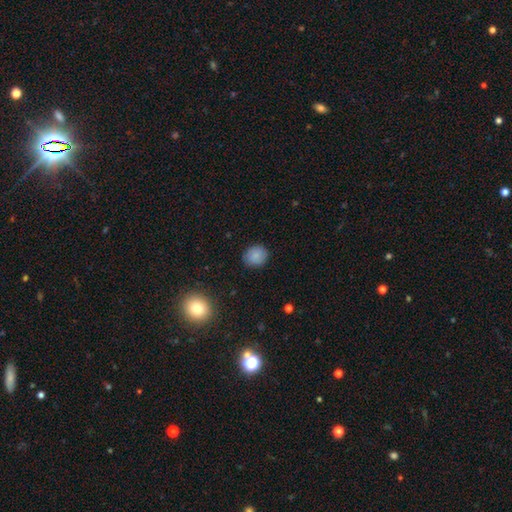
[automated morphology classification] Smooth or featured?
  - smooth: 84% *
  - star or artifact: 9%
  - featured or disk: 7%
How rounded?
  - round: 77% *
  - in between: 22%
  - cigar-shaped: 1%
Merging?
  - none: 87% *
  - minor disturbance: 10%
  - major disturbance: 2%
  - merger: 1%